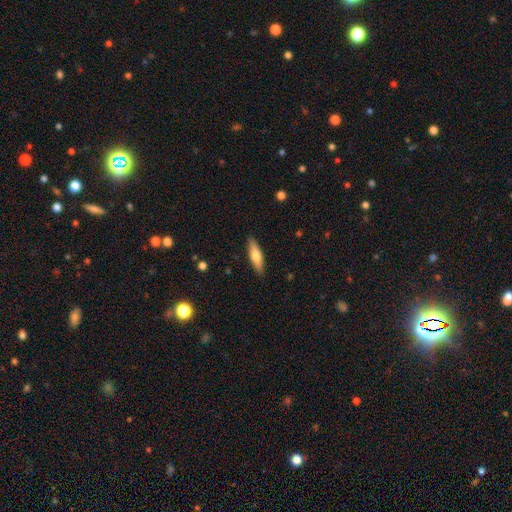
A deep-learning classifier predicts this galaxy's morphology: The model was most divided on "smooth or featured": smooth: 61%, featured or disk: 33%, star or artifact: 6%. More confident: merging — none (89%); how rounded — cigar-shaped (64%).